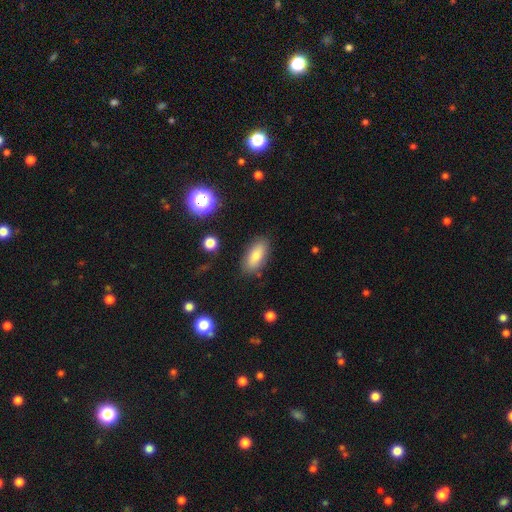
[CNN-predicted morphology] The model was most divided on "smooth or featured": smooth: 78%, featured or disk: 13%, star or artifact: 8%. More confident: merging — none (84%); how rounded — in between (82%).